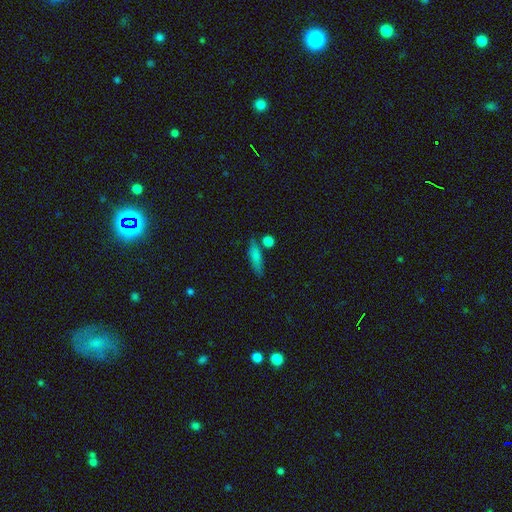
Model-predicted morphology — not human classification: Q: Smooth or featured?
A: smooth (77%); runner-up: featured or disk (14%)
Q: How rounded?
A: cigar-shaped (55%); runner-up: in between (40%)
Q: Merging?
A: none (70%); runner-up: minor disturbance (15%)